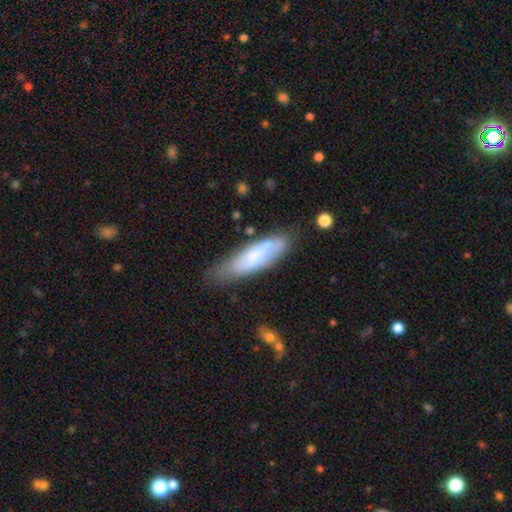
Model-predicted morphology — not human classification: Smooth or featured? smooth (56%)
How rounded? cigar-shaped (56%)
Merging? none (61%)